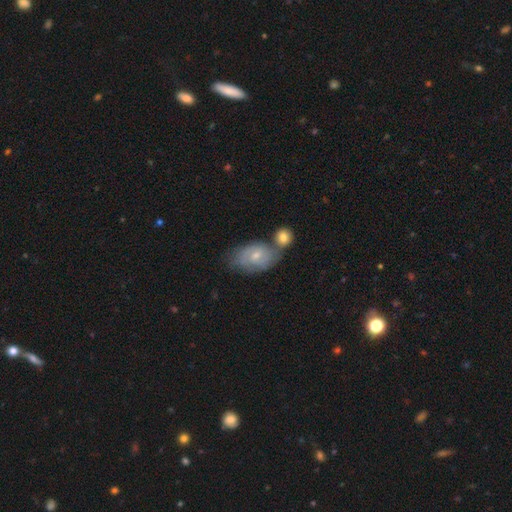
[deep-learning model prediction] Overall: featured or disk (54%; smooth 38%). Edge-on disk: no (95%). Bar: no (52%; weak 42%). Spiral arms: yes (78%). Bulge size: small (55%; moderate 40%). Merging: none (40%; merger 36%).